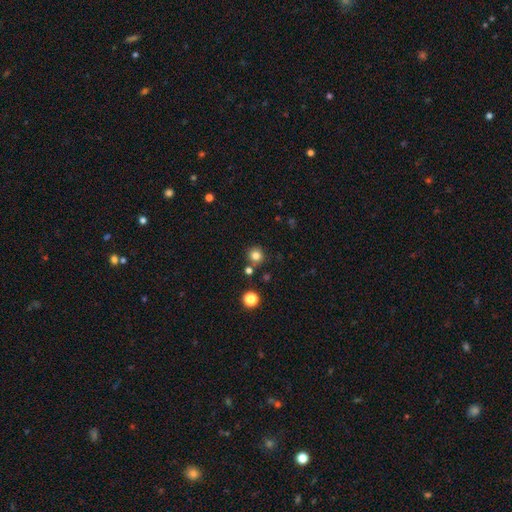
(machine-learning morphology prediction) This is clearly a smooth galaxy (80%). How rounded: clearly round (93%). Merging: clearly none (82%).